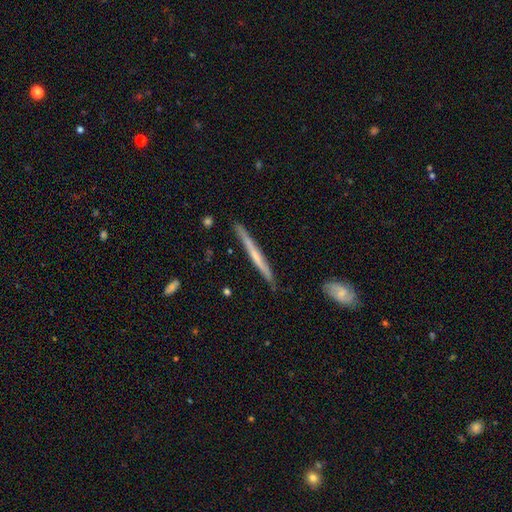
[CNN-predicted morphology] The model was most divided on "smooth or featured": featured or disk: 57%, smooth: 38%, star or artifact: 6%. More confident: edge-on disk — yes (96%); merging — none (87%); edge-on bulge — none (66%).